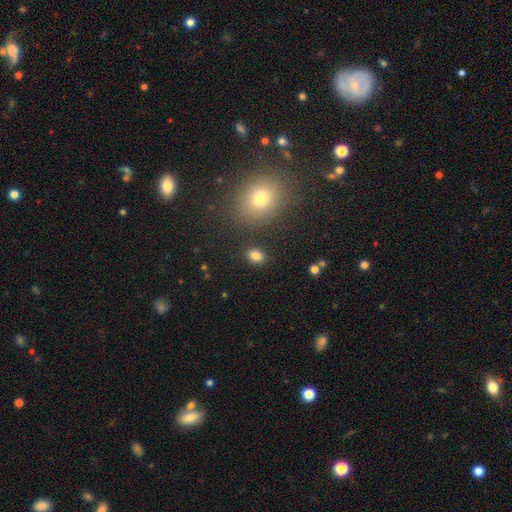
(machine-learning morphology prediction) type=smooth (84%); roundness=in between (64%); merging=none (86%).